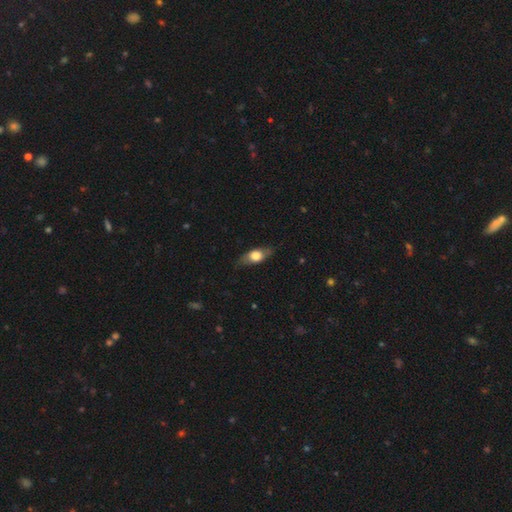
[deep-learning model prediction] smooth-or-featured: smooth: 57% | featured or disk: 36% | star or artifact: 7%
  how-rounded: in between: 70% | cigar-shaped: 20% | round: 10%
  merging: none: 76% | minor disturbance: 18% | major disturbance: 5% | merger: 1%